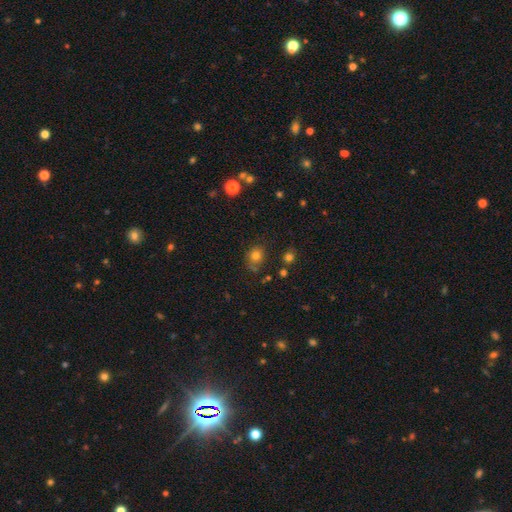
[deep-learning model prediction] Overall: smooth (77%). How rounded: round (65%; in between 34%). Merging: none (68%).